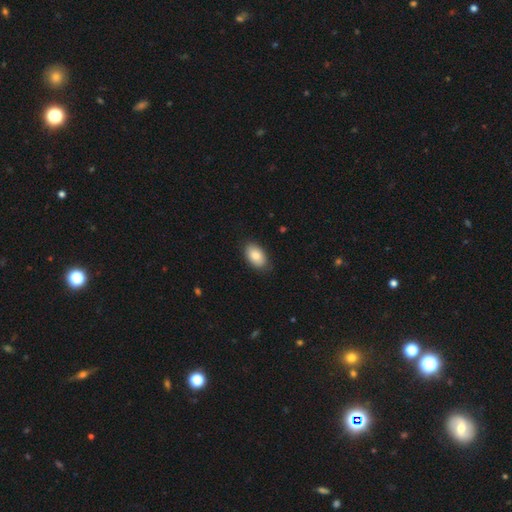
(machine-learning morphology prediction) This is clearly a smooth galaxy (85%). How rounded: clearly in between (93%). Merging: clearly none (84%).